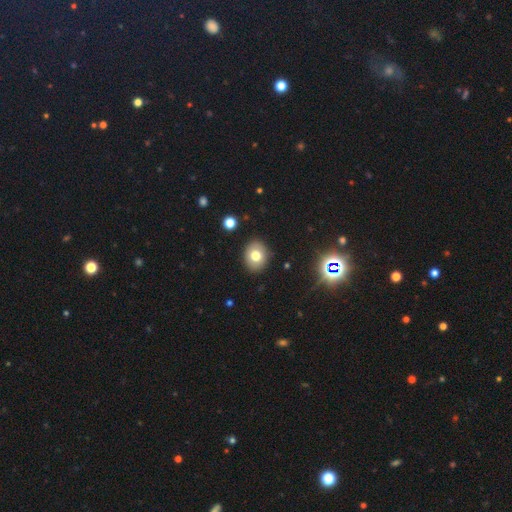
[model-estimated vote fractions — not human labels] This is likely a smooth galaxy (72%). How rounded: likely round (61%). Merging: clearly none (88%).